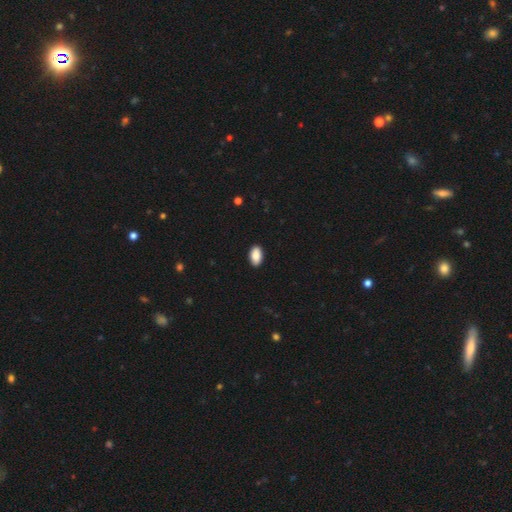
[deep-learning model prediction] smooth-or-featured: smooth: 89% | star or artifact: 6% | featured or disk: 4%
  how-rounded: in between: 94% | round: 4% | cigar-shaped: 2%
  merging: none: 90% | minor disturbance: 7% | major disturbance: 2% | merger: 1%